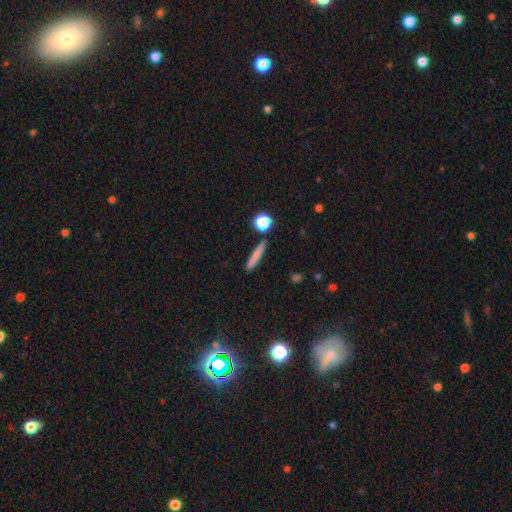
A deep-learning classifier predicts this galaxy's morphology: type=smooth (76%); roundness=cigar-shaped (88%); merging=none (87%).